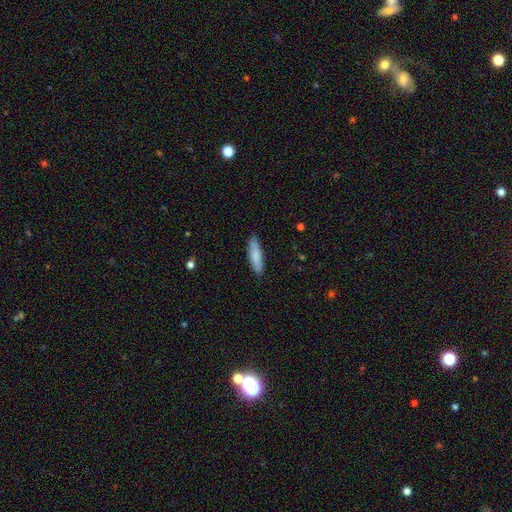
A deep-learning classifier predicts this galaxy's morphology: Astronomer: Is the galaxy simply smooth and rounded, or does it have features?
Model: smooth — 83%.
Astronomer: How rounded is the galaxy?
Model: cigar-shaped — 66%.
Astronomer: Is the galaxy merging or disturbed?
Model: none — 86%.